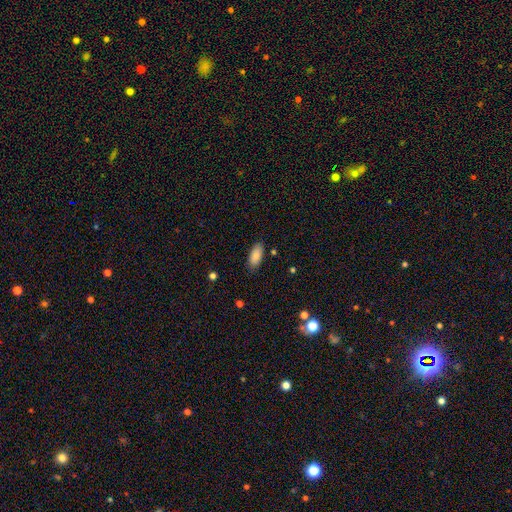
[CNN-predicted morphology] smooth-or-featured: smooth: 87% | star or artifact: 7% | featured or disk: 6%
  how-rounded: in between: 89% | cigar-shaped: 10% | round: 2%
  merging: none: 83% | minor disturbance: 13% | major disturbance: 3% | merger: 1%